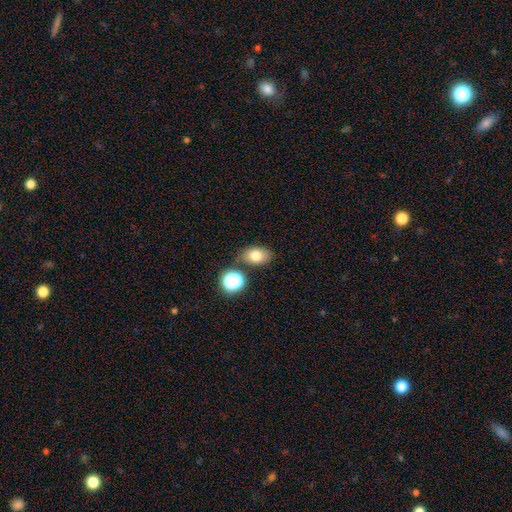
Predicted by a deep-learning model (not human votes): Smooth or featured?
  - smooth: 76% *
  - star or artifact: 12%
  - featured or disk: 12%
How rounded?
  - in between: 78% *
  - round: 21%
  - cigar-shaped: 1%
Merging?
  - none: 73% *
  - minor disturbance: 13%
  - merger: 10%
  - major disturbance: 4%